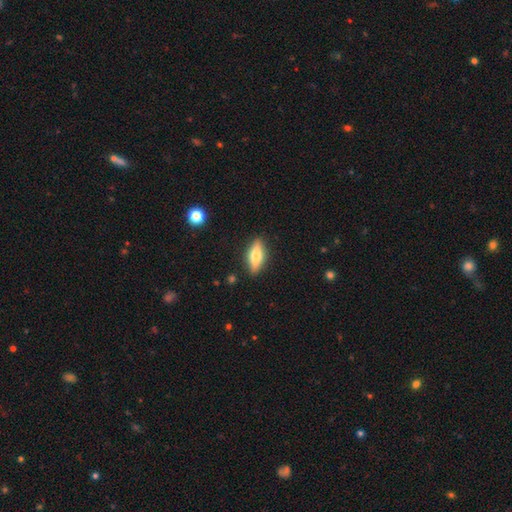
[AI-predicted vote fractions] Smooth or featured? Predicted: smooth (p=0.57). How rounded? Predicted: in between (p=0.61). Merging? Predicted: none (p=0.87).